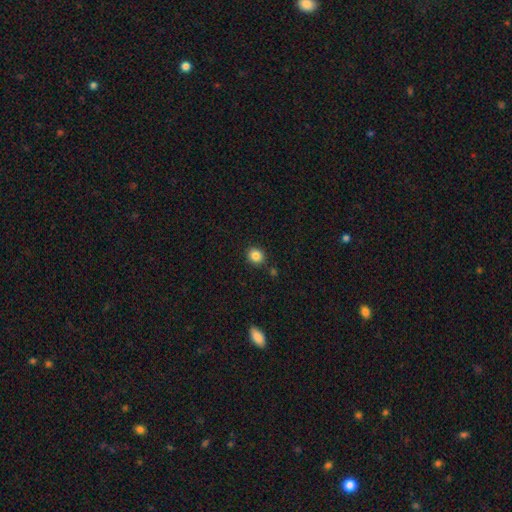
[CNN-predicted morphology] Q: Smooth or featured?
A: smooth (85%); runner-up: star or artifact (10%)
Q: How rounded?
A: round (78%); runner-up: in between (22%)
Q: Merging?
A: none (87%); runner-up: minor disturbance (8%)